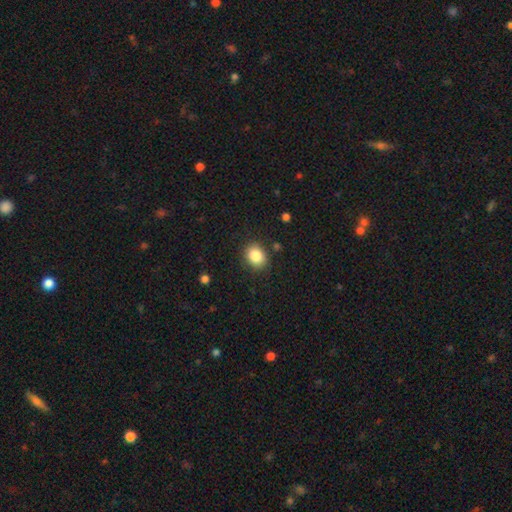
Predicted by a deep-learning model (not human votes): A smooth galaxy with no disk features (85%) that is in between round and cigar-shaped (50%).

Vote fractions:
- Smooth or featured? smooth: 85% / star or artifact: 9% / featured or disk: 6%
- How rounded? in between: 50% / round: 49% / cigar-shaped: 1%
- Merging? none: 86% / minor disturbance: 10% / major disturbance: 3% / merger: 2%